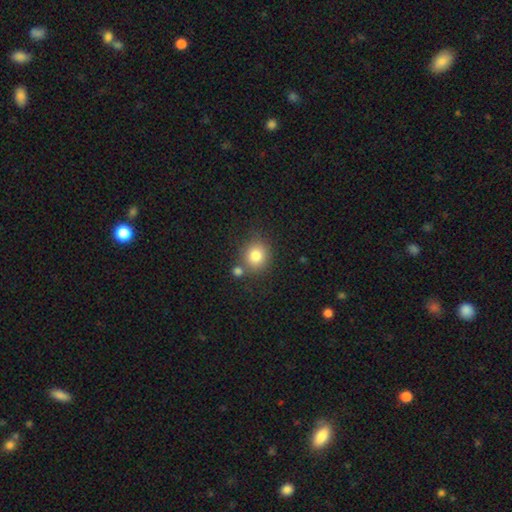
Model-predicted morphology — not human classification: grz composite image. It shows a smooth galaxy with no disk features (81%) that is round (81%). Merging: none (69%).